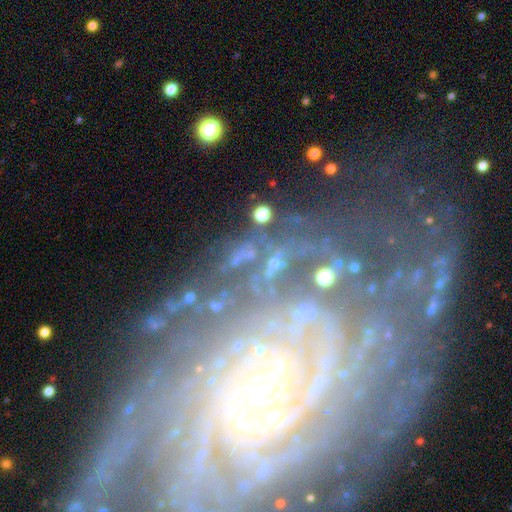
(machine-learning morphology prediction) featured or disk 87%, star or artifact 8%, smooth 5%. Down the decision tree: edge-on disk — no (96%); bar — no (67%); spiral arms — yes (98%); spiral arm count — more than 4 (25%); spiral winding — tight (78%); bulge size — small (83%); merging — none (73%).